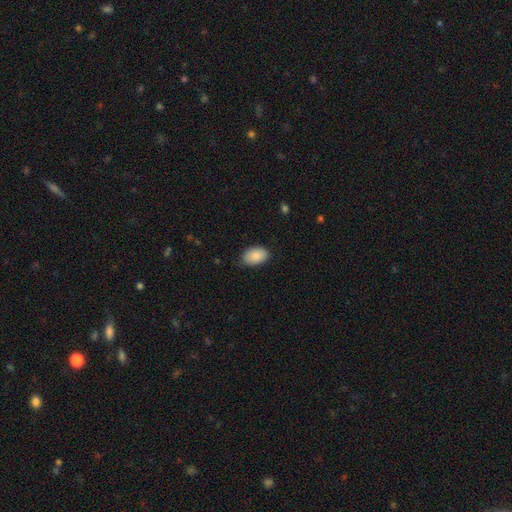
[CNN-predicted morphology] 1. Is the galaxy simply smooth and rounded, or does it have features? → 88% smooth, 7% star or artifact, 5% featured or disk.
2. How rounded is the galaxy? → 91% in between, 8% round, 1% cigar-shaped.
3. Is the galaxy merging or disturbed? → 76% none, 20% minor disturbance, 3% major disturbance, 1% merger.